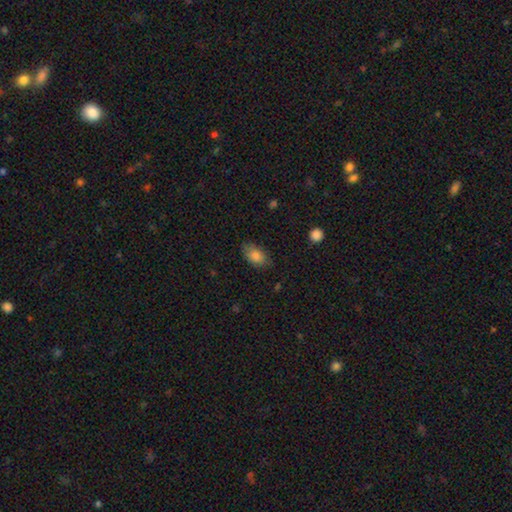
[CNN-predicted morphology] Smooth or featured: smooth — 82% (featured or disk — 11%)
How rounded: in between — 90% (round — 7%)
Merging: none — 77% (minor disturbance — 18%)